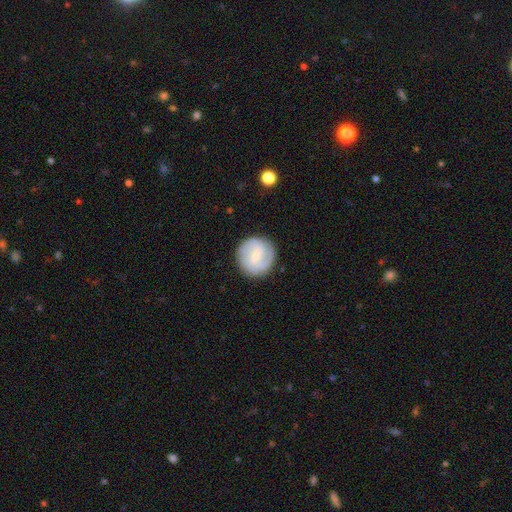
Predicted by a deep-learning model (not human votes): This appears to be a featured or disk galaxy (55%) with a weak bar (57%), spiral arms (87%) and a small central bulge (60%). Merging: none (85%).